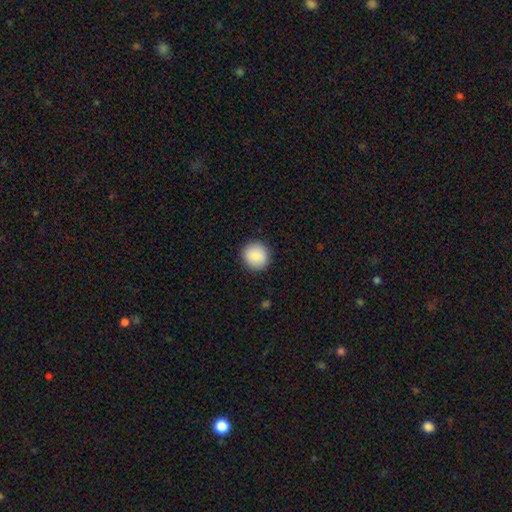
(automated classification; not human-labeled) The model was most divided on "smooth or featured": smooth: 89%, star or artifact: 7%, featured or disk: 3%. More confident: how rounded — round (91%); merging — none (91%).